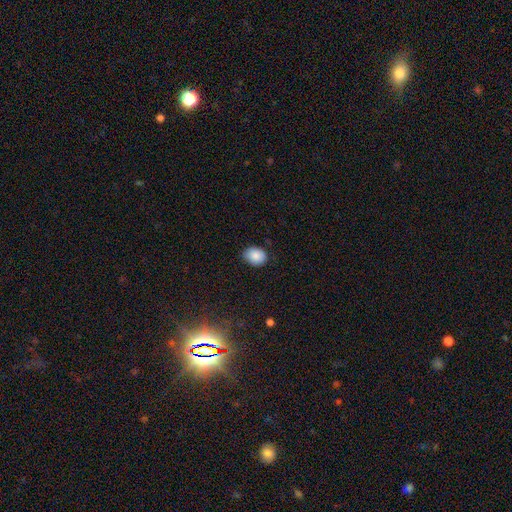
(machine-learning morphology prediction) This appears to be a smooth galaxy with no disk features (87%) that is in between round and cigar-shaped (59%). Merging: none (81%).